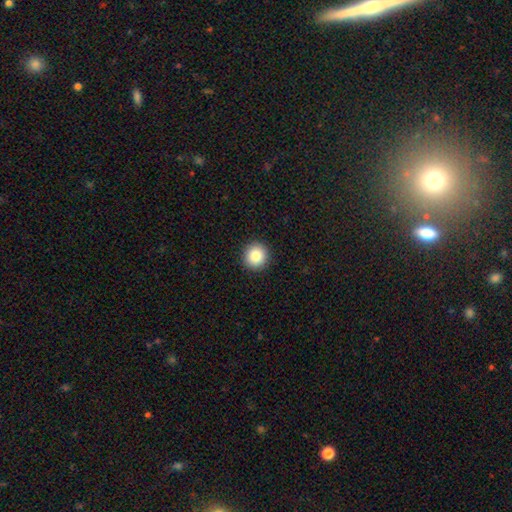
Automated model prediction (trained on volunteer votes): The model was most divided on "smooth or featured": smooth: 85%, star or artifact: 9%, featured or disk: 6%. More confident: how rounded — round (94%); merging — none (92%).